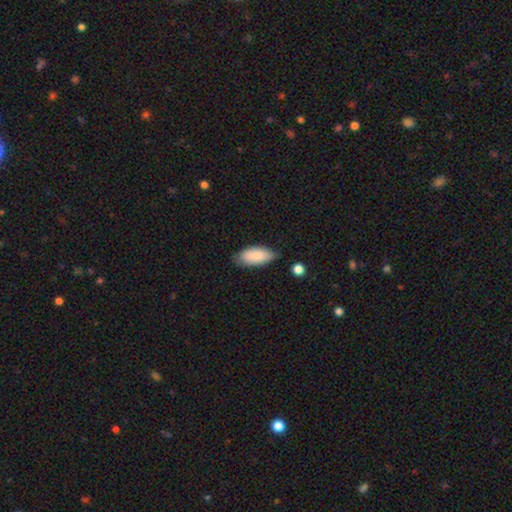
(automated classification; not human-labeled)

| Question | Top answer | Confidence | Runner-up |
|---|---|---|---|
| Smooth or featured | smooth | 86% | featured or disk (8%) |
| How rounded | in between | 89% | cigar-shaped (9%) |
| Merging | none | 70% | minor disturbance (24%) |